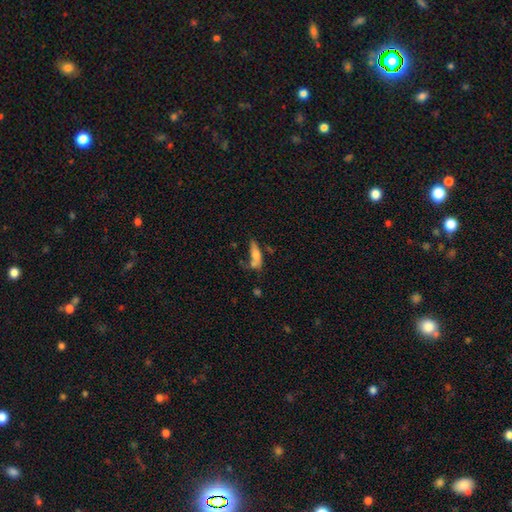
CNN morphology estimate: A smooth galaxy with no disk features (63%) that is in between round and cigar-shaped (49%).

Vote fractions:
- Smooth or featured? smooth: 63% / featured or disk: 27% / star or artifact: 9%
- How rounded? in between: 49% / cigar-shaped: 47% / round: 3%
- Merging? none: 37% / merger: 25% / minor disturbance: 22% / major disturbance: 16%